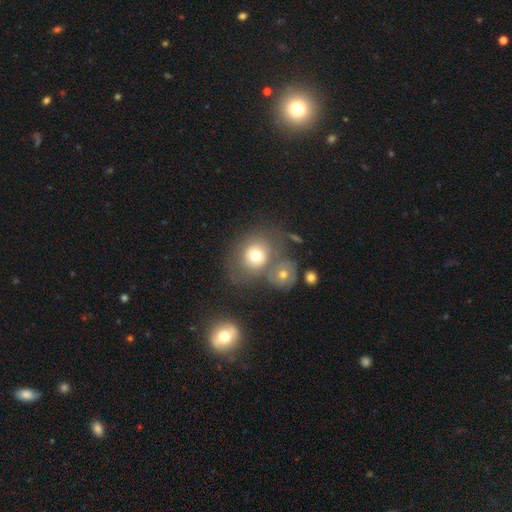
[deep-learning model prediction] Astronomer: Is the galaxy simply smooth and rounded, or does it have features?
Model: smooth — 68%.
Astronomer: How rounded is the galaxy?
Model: round — 68%.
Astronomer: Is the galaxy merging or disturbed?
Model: none — 47% (runner-up: merger, 28%).